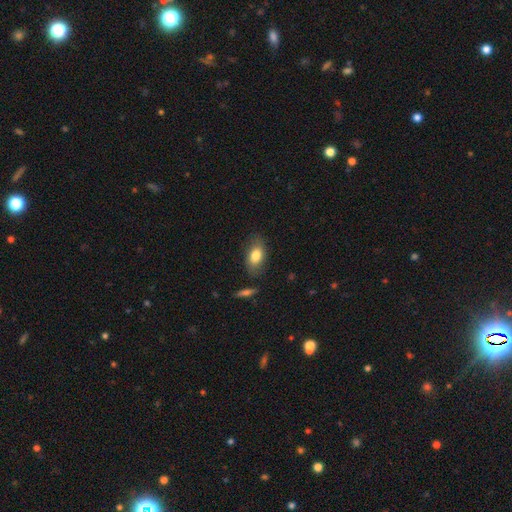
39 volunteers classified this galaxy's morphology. Q: Smooth or featured?
A: smooth (74%); runner-up: featured or disk (21%)
Q: How rounded?
A: in between (93%); runner-up: round (7%)
Q: Merging?
A: none (76%); runner-up: minor disturbance (22%)